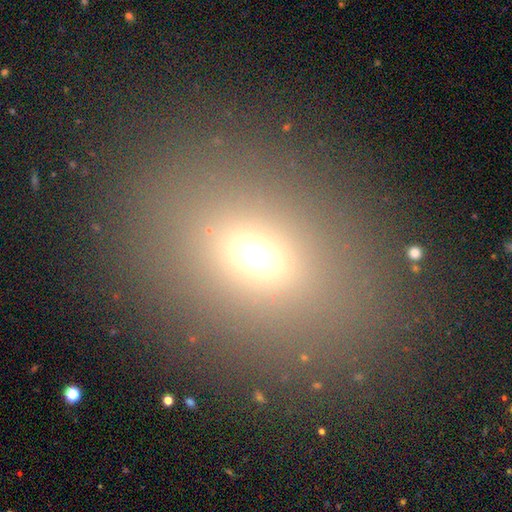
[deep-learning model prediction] smooth-or-featured: smooth: 65% | star or artifact: 24% | featured or disk: 12%
  how-rounded: in between: 62% | round: 35% | cigar-shaped: 2%
  merging: none: 83% | minor disturbance: 9% | major disturbance: 6% | merger: 3%